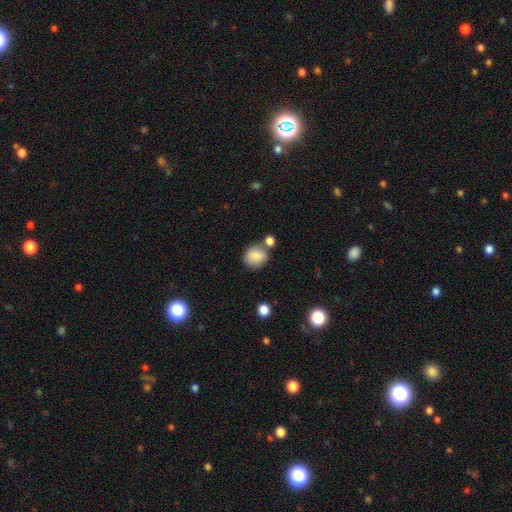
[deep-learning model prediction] smooth_or_featured: smooth (p=0.82) [alt: featured or disk p=0.09]
how_rounded: round (p=0.76) [alt: in between p=0.23]
merging: none (p=0.60) [alt: merger p=0.21]